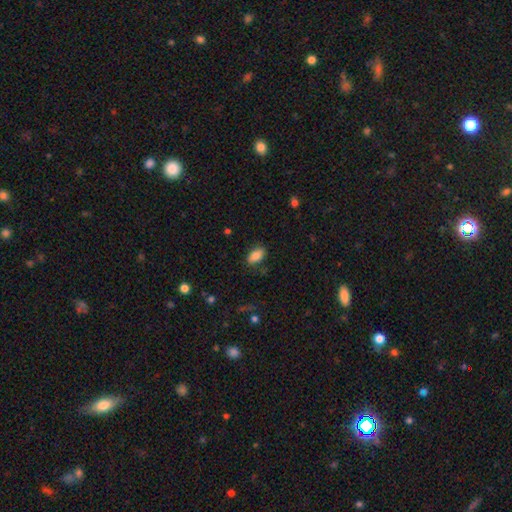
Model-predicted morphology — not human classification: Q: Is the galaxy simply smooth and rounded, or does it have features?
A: smooth — 84%.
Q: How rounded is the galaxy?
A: in between — 92%.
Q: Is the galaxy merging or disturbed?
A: none — 84%.